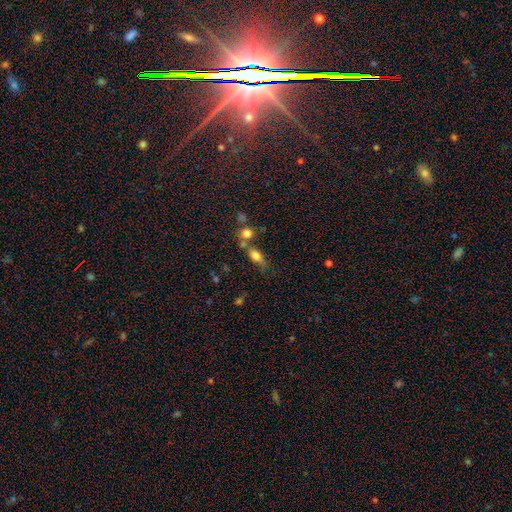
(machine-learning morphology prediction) A smooth galaxy with no disk features (73%) that is in between round and cigar-shaped (71%).

Vote fractions:
- Smooth or featured? smooth: 73% / featured or disk: 15% / star or artifact: 12%
- How rounded? in between: 71% / round: 17% / cigar-shaped: 12%
- Merging? none: 42% / merger: 34% / minor disturbance: 15% / major disturbance: 9%